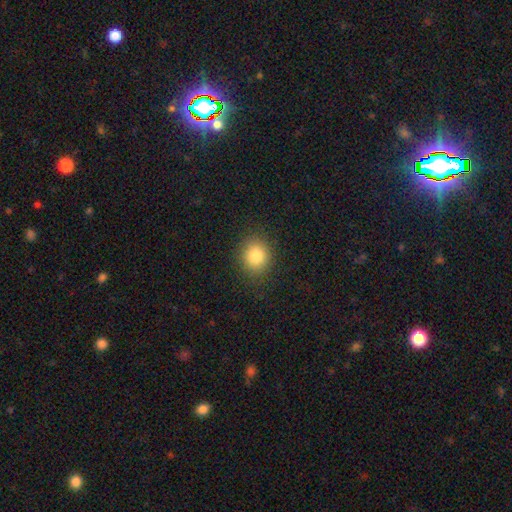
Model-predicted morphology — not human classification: This appears to be a smooth galaxy with no disk features (83%) that is round (74%). Merging: none (88%).